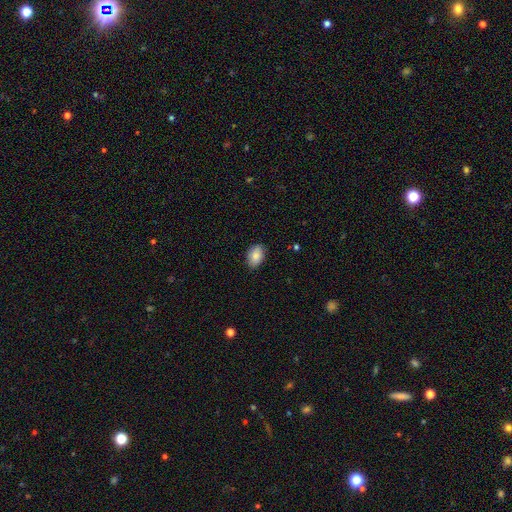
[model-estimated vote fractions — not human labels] This appears to be a smooth galaxy with no disk features (84%) that is in between round and cigar-shaped (86%). Merging: none (84%).